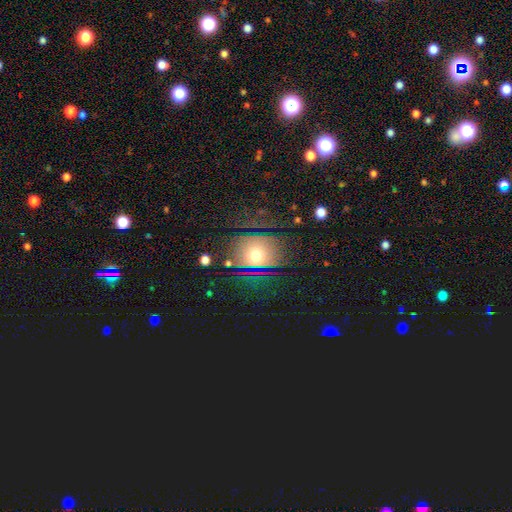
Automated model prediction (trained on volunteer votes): This appears to be a smooth galaxy with no disk features (51%) that is round (57%). Merging: none (60%).